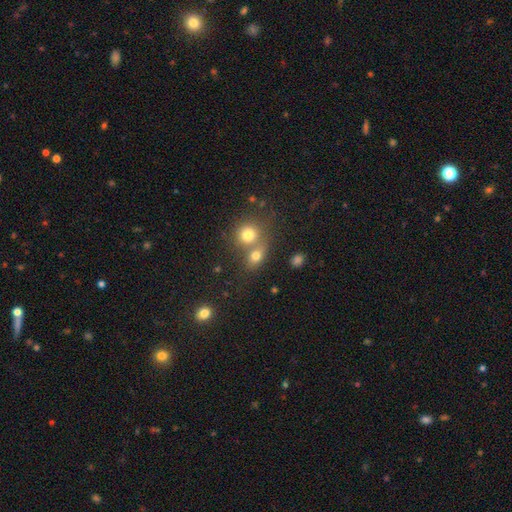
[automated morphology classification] Smooth or featured? Predicted: smooth (p=0.74). How rounded? Predicted: in between (p=0.51). Merging? Predicted: merger (p=0.49).